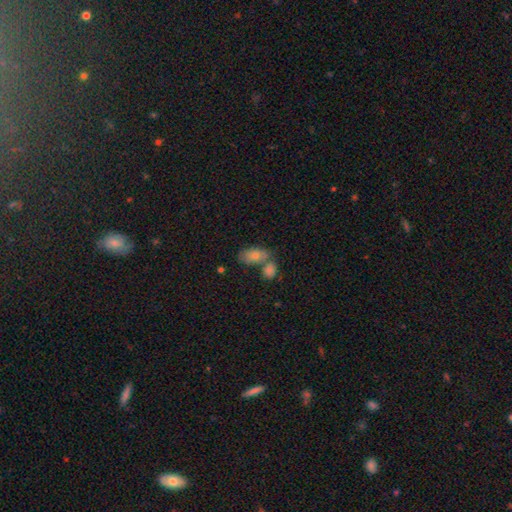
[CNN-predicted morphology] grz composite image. It shows a smooth galaxy with no disk features (77%) that is in between round and cigar-shaped (89%). Merging: none (45%).